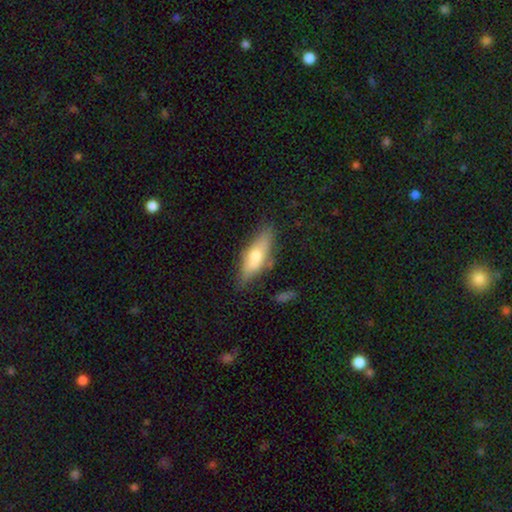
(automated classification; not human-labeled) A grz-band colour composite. It shows a smooth galaxy with no disk features (57%) that is in between round and cigar-shaped (54%). Merging: none (70%).